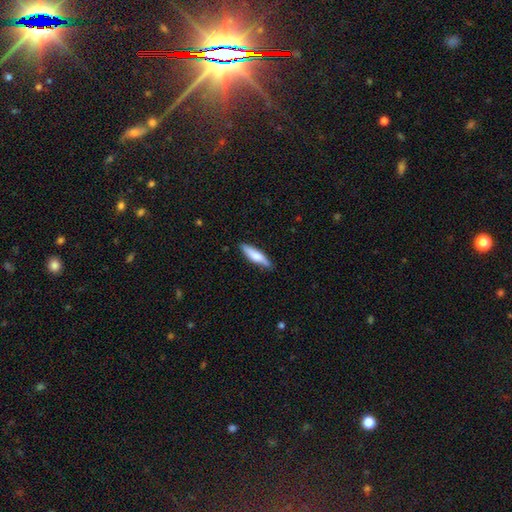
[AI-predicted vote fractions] This is likely a smooth galaxy (65%). How rounded: likely cigar-shaped (75%). Merging: clearly none (85%).